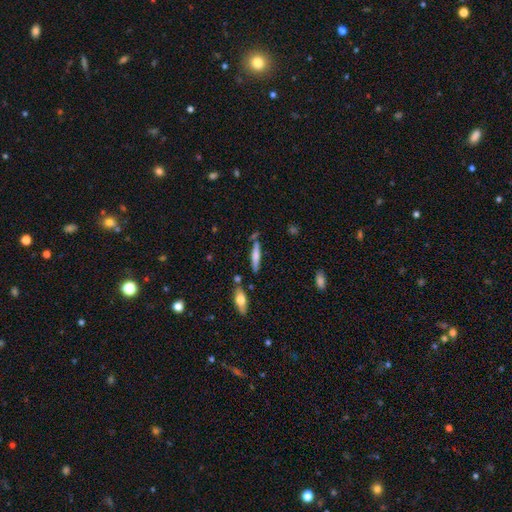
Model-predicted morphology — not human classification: Smooth or featured? smooth (54%)
How rounded? cigar-shaped (86%)
Merging? none (74%)